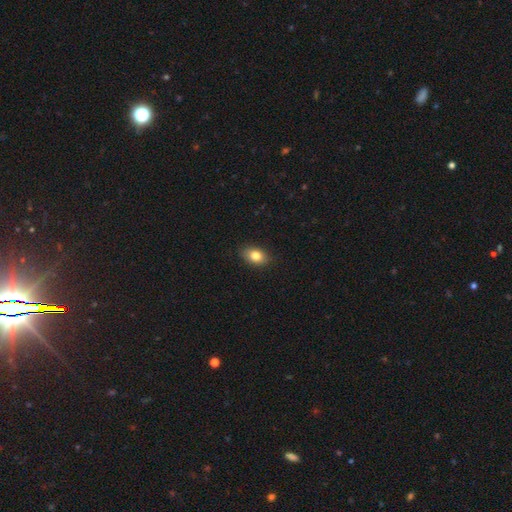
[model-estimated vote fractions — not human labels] The model was most divided on "how rounded": in between: 84%, round: 15%, cigar-shaped: 2%. More confident: merging — none (87%); smooth or featured — smooth (83%).